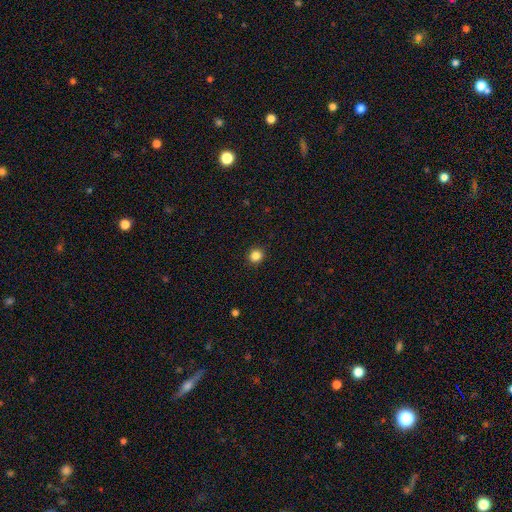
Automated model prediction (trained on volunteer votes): Smooth or featured?
  - smooth: 85% *
  - star or artifact: 12%
  - featured or disk: 4%
How rounded?
  - round: 91% *
  - in between: 8%
  - cigar-shaped: 1%
Merging?
  - none: 92% *
  - minor disturbance: 5%
  - major disturbance: 2%
  - merger: 1%